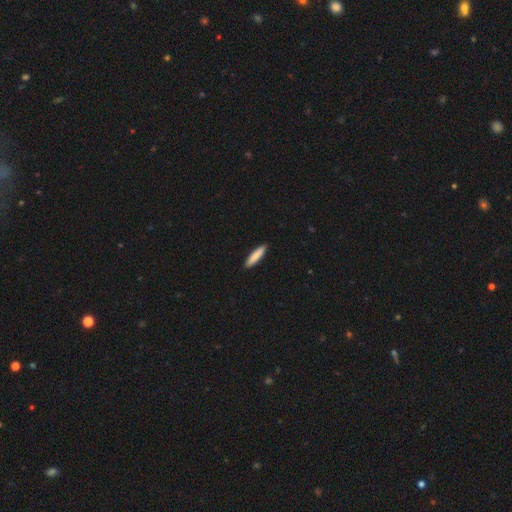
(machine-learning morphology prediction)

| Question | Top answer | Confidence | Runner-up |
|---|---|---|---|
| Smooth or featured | smooth | 85% | featured or disk (10%) |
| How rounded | cigar-shaped | 84% | in between (14%) |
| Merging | none | 92% | minor disturbance (6%) |